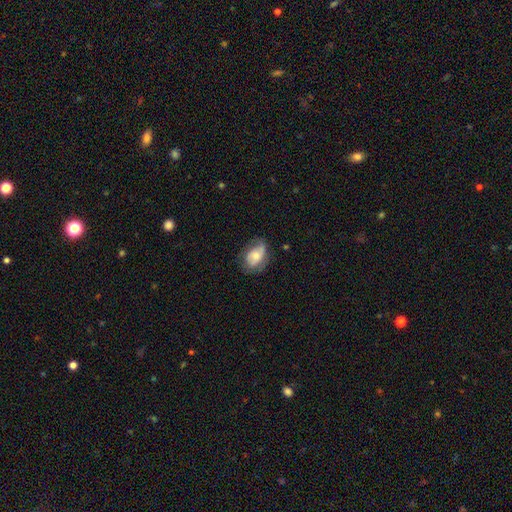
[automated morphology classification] featured or disk 49%, smooth 44%, star or artifact 7%. Down the decision tree: merging — none (58%).